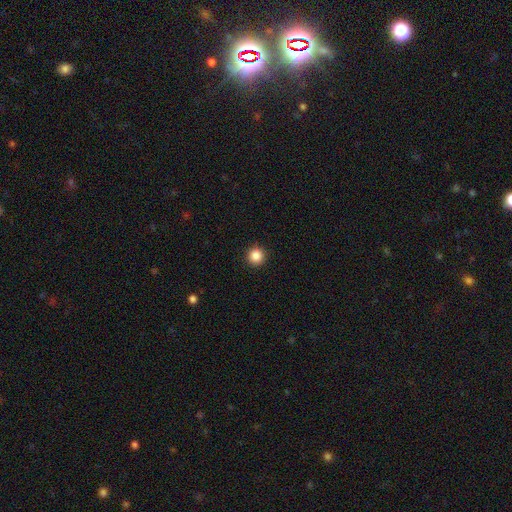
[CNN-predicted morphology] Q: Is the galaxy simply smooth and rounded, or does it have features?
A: smooth — 86%.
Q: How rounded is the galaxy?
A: round — 96%.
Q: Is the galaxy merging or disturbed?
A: none — 93%.